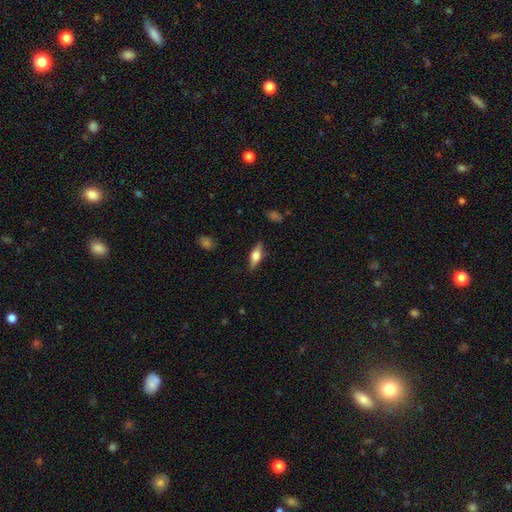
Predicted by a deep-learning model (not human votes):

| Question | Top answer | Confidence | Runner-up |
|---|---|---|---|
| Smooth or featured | smooth | 48% | featured or disk (45%) |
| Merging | none | 85% | minor disturbance (11%) |